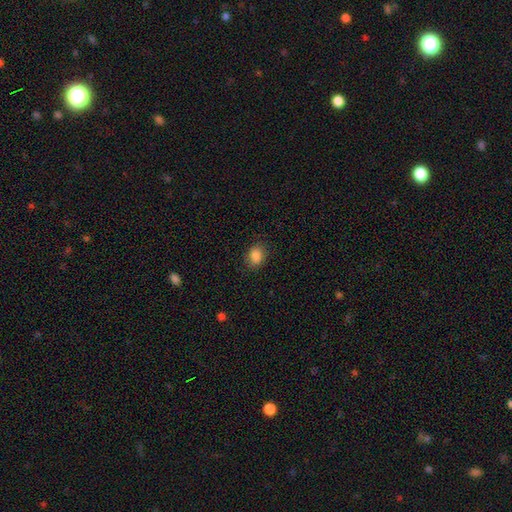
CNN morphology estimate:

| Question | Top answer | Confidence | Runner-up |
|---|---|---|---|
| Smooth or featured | smooth | 86% | star or artifact (10%) |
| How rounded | in between | 64% | round (35%) |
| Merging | none | 84% | minor disturbance (12%) |